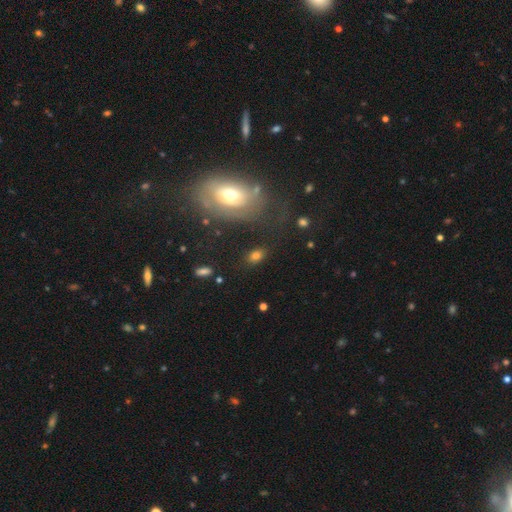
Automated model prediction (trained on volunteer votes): smooth-or-featured: smooth: 69% | featured or disk: 17% | star or artifact: 14%
  how-rounded: in between: 77% | round: 20% | cigar-shaped: 3%
  merging: none: 75% | minor disturbance: 14% | major disturbance: 7% | merger: 5%